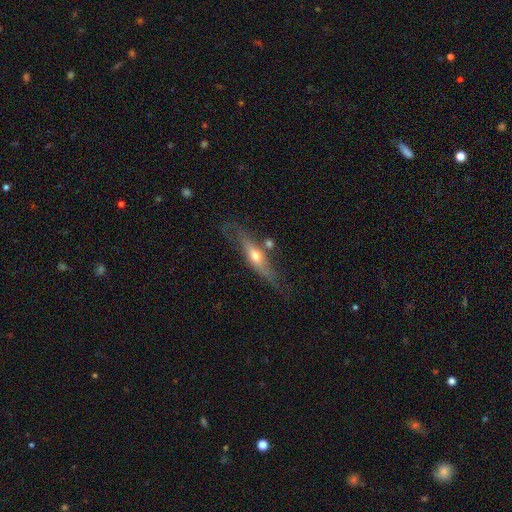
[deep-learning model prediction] The model was most divided on "smooth or featured": featured or disk: 65%, smooth: 28%, star or artifact: 7%. More confident: edge-on disk — yes (76%); merging — none (58%).